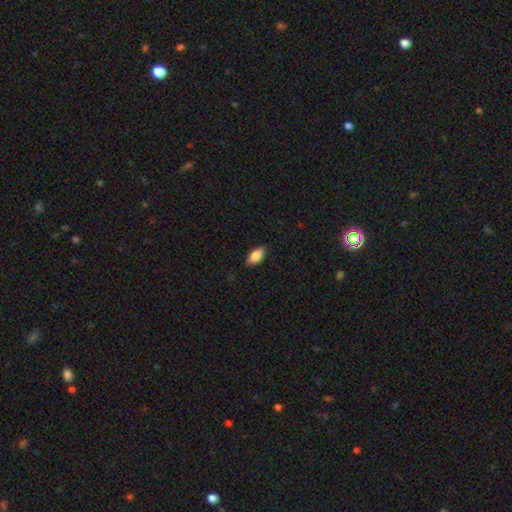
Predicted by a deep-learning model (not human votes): This appears to be a smooth galaxy with no disk features (82%) that is in between round and cigar-shaped (90%). Merging: none (83%).